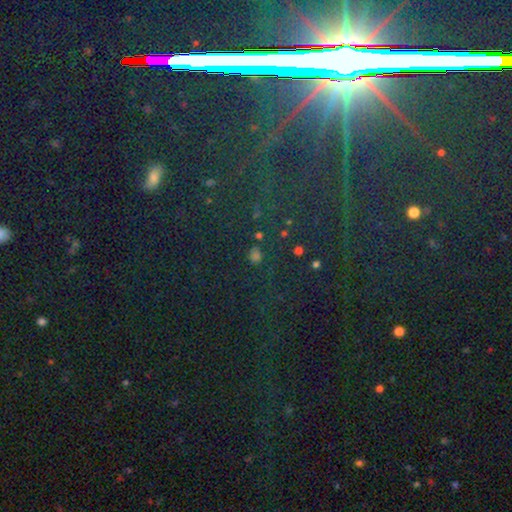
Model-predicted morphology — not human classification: star or artifact 51%, smooth 41%, featured or disk 7%.